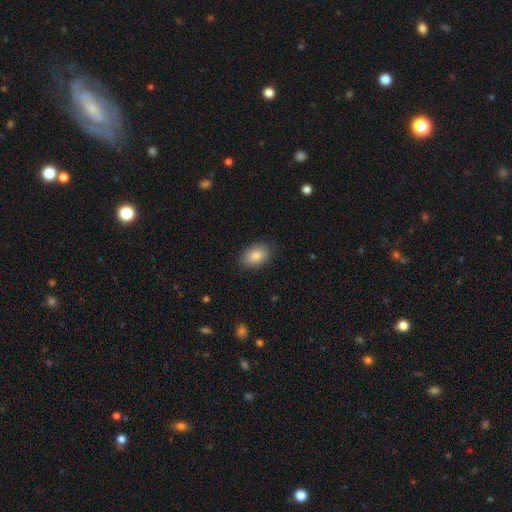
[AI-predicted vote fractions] smooth 85%, featured or disk 8%, star or artifact 7%. Down the decision tree: how rounded — in between (86%); merging — none (84%).